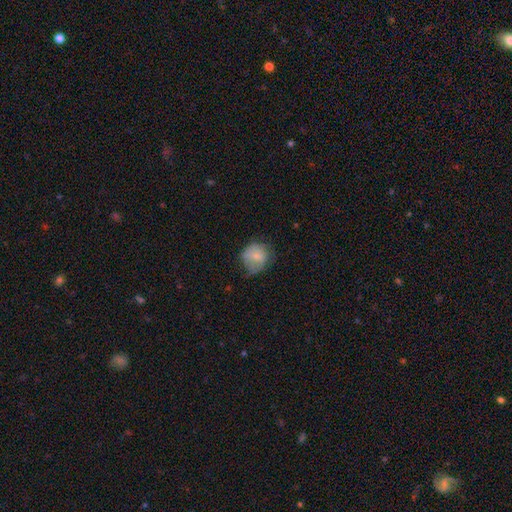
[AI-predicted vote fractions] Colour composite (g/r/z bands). It shows a smooth galaxy with no disk features (74%) that is round (73%). Merging: none (46%).